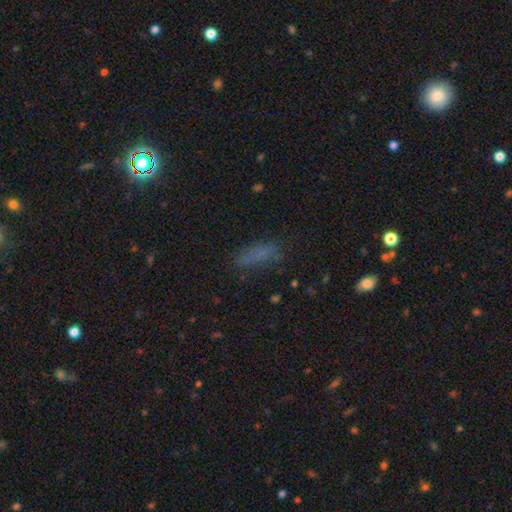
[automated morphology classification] smooth-or-featured: smooth: 66% | star or artifact: 22% | featured or disk: 13%
  how-rounded: in between: 63% | cigar-shaped: 32% | round: 5%
  merging: none: 67% | minor disturbance: 20% | major disturbance: 10% | merger: 3%